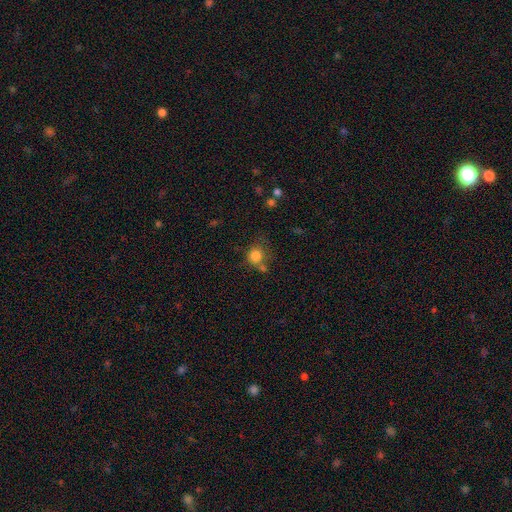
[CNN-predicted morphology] Q: Smooth or featured?
A: smooth (82%); runner-up: star or artifact (11%)
Q: How rounded?
A: round (82%); runner-up: in between (17%)
Q: Merging?
A: none (53%); runner-up: minor disturbance (20%)